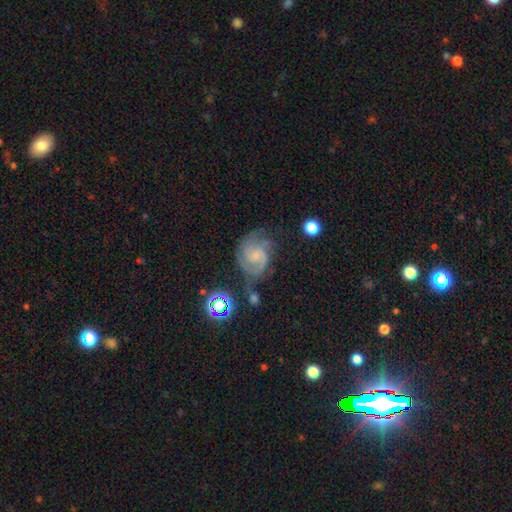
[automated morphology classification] Smooth or featured?
  - featured or disk: 77% *
  - smooth: 14%
  - star or artifact: 9%
Edge-on disk?
  - no: 98% *
  - yes: 2%
Bar?
  - no: 53% *
  - weak: 40%
  - strong: 6%
Spiral arms?
  - yes: 94% *
  - no: 6%
Spiral winding?
  - medium: 49% *
  - tight: 34%
  - loose: 17%
Spiral arm count?
  - 2: 53% *
  - 3: 18%
  - can't tell: 17%
  - 1: 5%
  - 4: 4%
  - more than 4: 3%
Bulge size?
  - small: 50% *
  - none: 24%
  - moderate: 21%
  - large: 3%
  - dominant: 1%
Merging?
  - none: 50% *
  - minor disturbance: 24%
  - major disturbance: 19%
  - merger: 7%